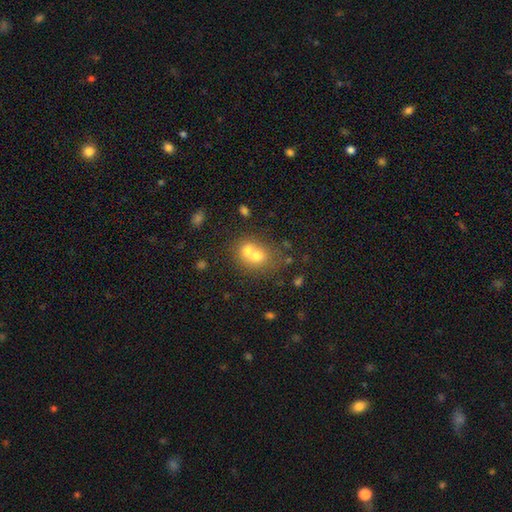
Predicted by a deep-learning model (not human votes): The model was most divided on "merging": merger: 63%, none: 28%, minor disturbance: 6%, major disturbance: 3%. More confident: how rounded — round (67%); smooth or featured — smooth (62%).